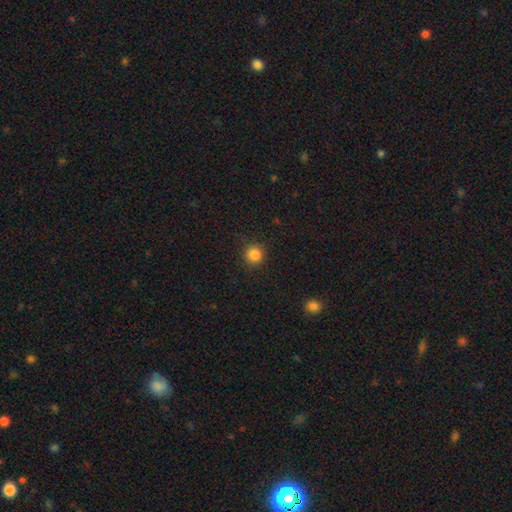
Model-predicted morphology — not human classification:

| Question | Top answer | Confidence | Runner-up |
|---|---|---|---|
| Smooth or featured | smooth | 85% | star or artifact (11%) |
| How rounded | round | 92% | in between (7%) |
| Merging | none | 89% | minor disturbance (8%) |